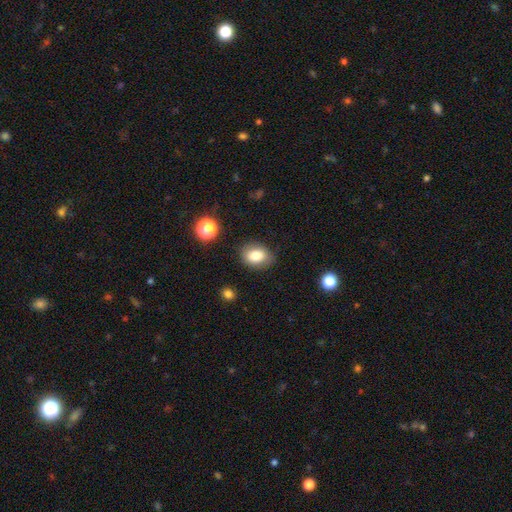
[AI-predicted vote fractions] Morphology: type=smooth (82%); roundness=in between (67%); merging=none (82%).